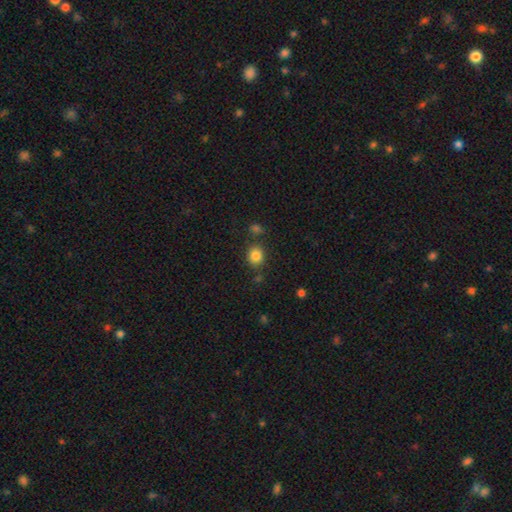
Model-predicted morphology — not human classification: Q: Smooth or featured?
A: smooth (84%); runner-up: star or artifact (11%)
Q: How rounded?
A: round (68%); runner-up: in between (31%)
Q: Merging?
A: none (78%); runner-up: minor disturbance (11%)